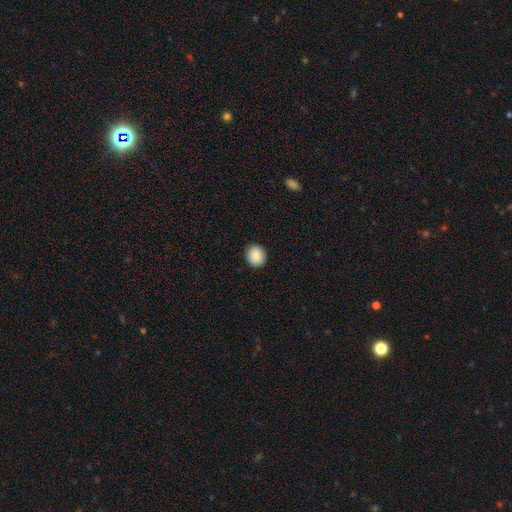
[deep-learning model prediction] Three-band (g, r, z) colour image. It shows a smooth galaxy with no disk features (89%) that is round (72%). Merging: none (90%).